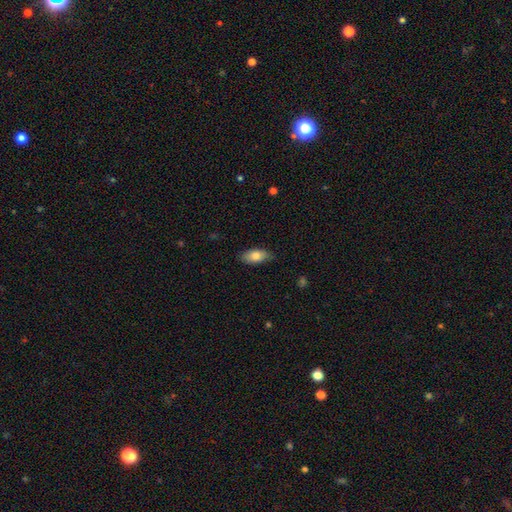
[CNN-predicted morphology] Overall: smooth (80%). How rounded: in between (89%). Merging: none (82%).